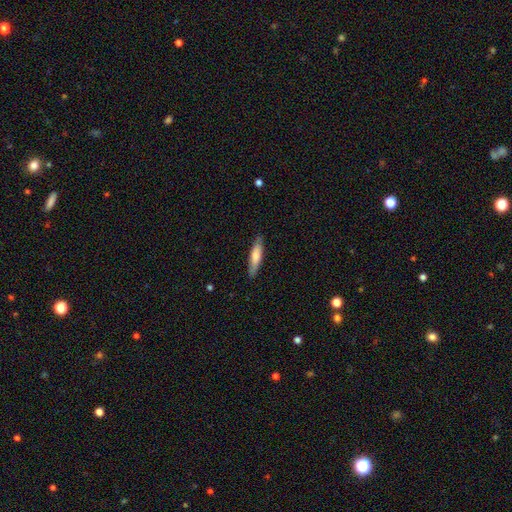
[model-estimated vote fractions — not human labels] smooth_or_featured: smooth (p=0.70) [alt: featured or disk p=0.24]
how_rounded: cigar-shaped (p=0.78) [alt: in between p=0.21]
merging: none (p=0.86) [alt: minor disturbance p=0.11]